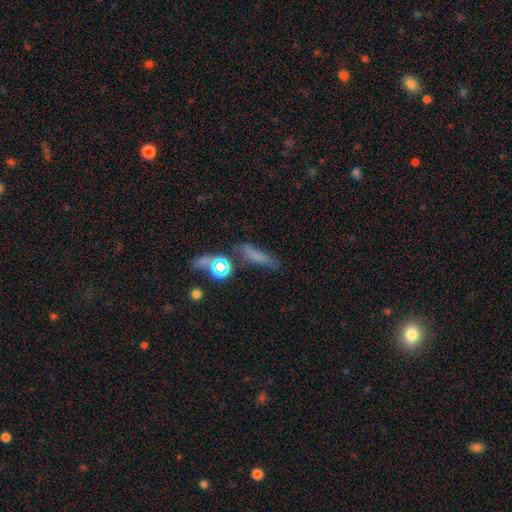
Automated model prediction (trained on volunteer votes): A smooth galaxy with no disk features (60%) that is cigar-shaped (59%).

Vote fractions:
- Smooth or featured? smooth: 60% / featured or disk: 20% / star or artifact: 19%
- How rounded? cigar-shaped: 59% / in between: 30% / round: 11%
- Merging? none: 59% / minor disturbance: 20% / major disturbance: 11% / merger: 10%